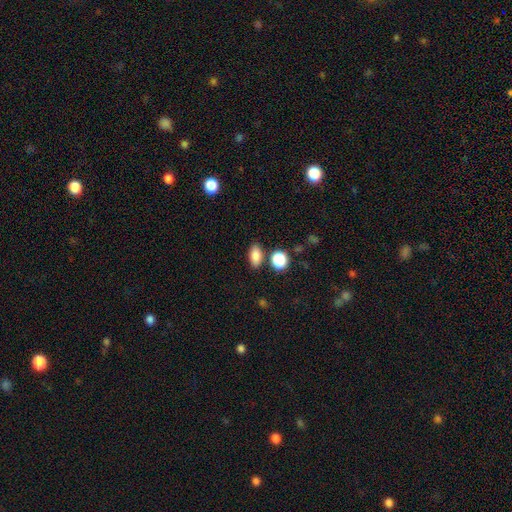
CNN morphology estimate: smooth 84%, star or artifact 10%, featured or disk 6%. Down the decision tree: how rounded — in between (84%); merging — none (81%).